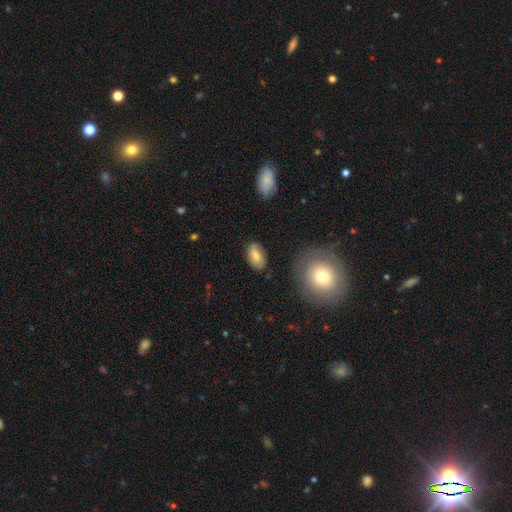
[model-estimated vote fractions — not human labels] A smooth galaxy with no disk features (74%) that is in between round and cigar-shaped (91%). Merging: none (79%).